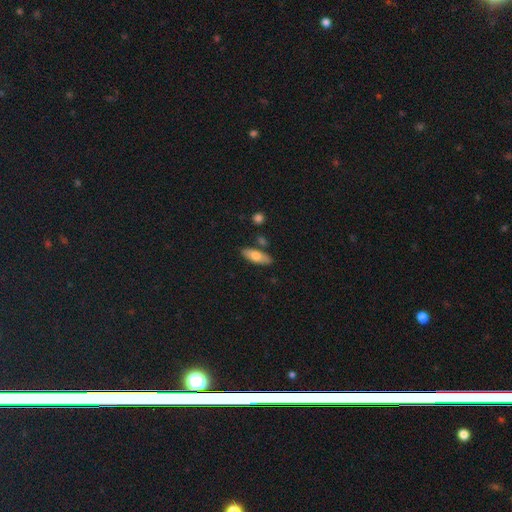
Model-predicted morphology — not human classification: This is likely a smooth galaxy (70%). How rounded: likely in between (73%). Merging: clearly none (80%).